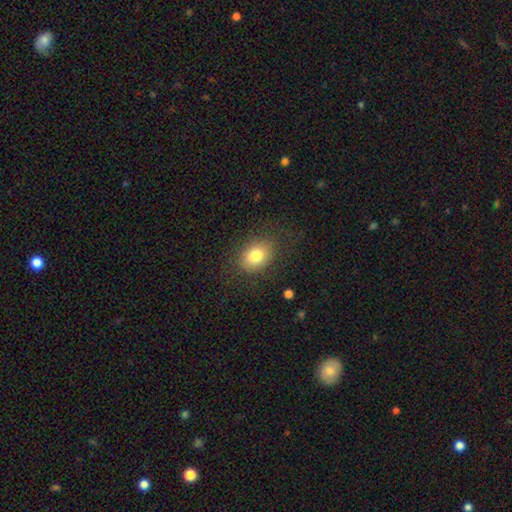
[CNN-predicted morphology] smooth 80%, featured or disk 11%, star or artifact 10%. Down the decision tree: how rounded — in between (63%); merging — none (81%).